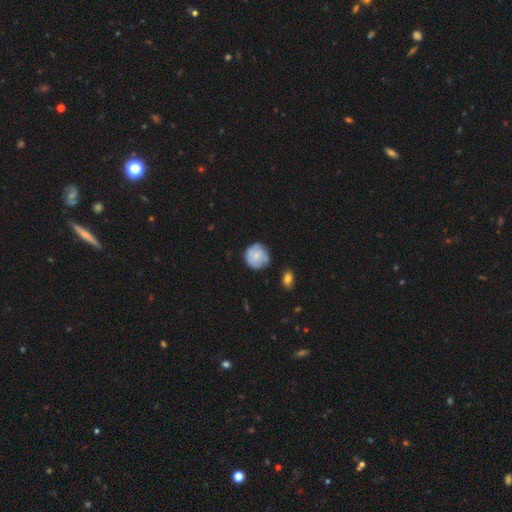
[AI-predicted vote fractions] smooth 57%, featured or disk 36%, star or artifact 7%. Down the decision tree: how rounded — round (89%); merging — none (71%).